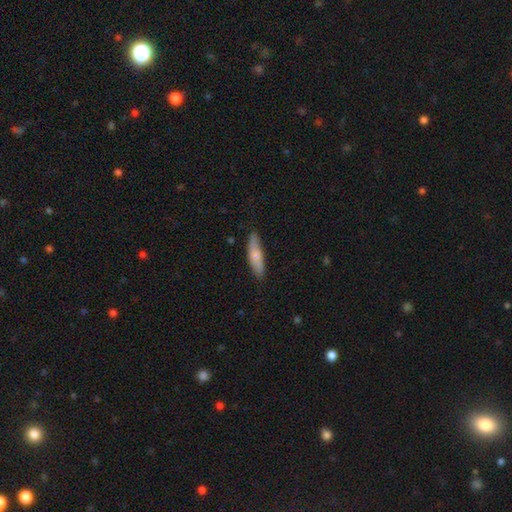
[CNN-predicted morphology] A smooth galaxy with no disk features (66%) that is cigar-shaped (63%).

Vote fractions:
- Smooth or featured? smooth: 66% / featured or disk: 28% / star or artifact: 6%
- How rounded? cigar-shaped: 63% / in between: 35% / round: 2%
- Merging? none: 81% / minor disturbance: 15% / major disturbance: 2% / merger: 1%